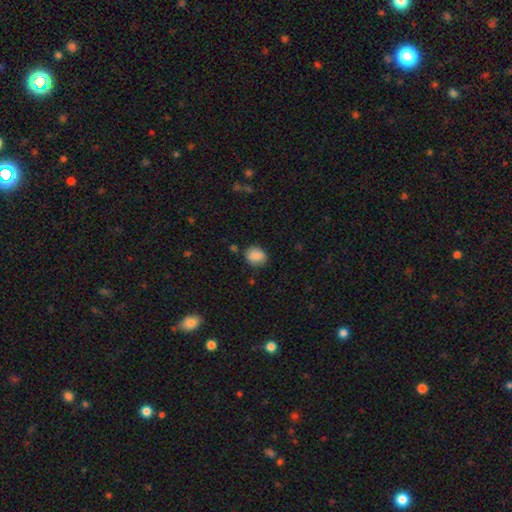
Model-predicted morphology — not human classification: This appears to be a smooth galaxy with no disk features (85%) that is round (56%). Merging: none (77%).